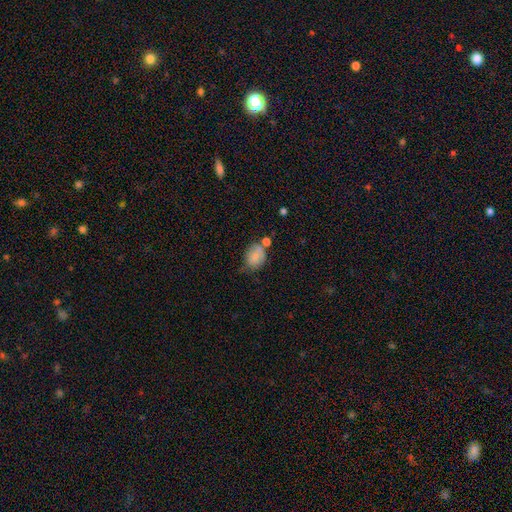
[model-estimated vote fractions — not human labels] Overall: smooth (80%). How rounded: in between (63%; round 36%). Merging: none (45%; minor disturbance 29%).